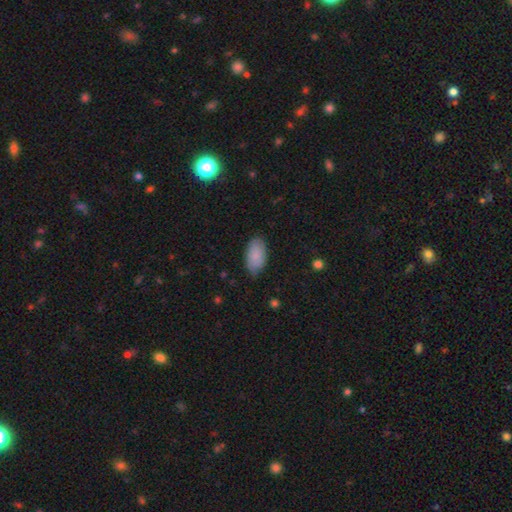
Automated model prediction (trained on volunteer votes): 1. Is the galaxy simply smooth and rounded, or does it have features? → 87% smooth, 7% featured or disk, 6% star or artifact.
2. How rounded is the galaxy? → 95% in between, 3% round, 2% cigar-shaped.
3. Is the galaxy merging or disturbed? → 78% none, 18% minor disturbance, 3% major disturbance, 1% merger.